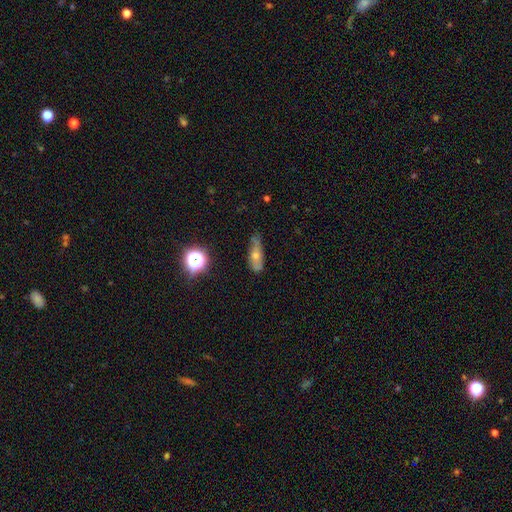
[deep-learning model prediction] A smooth galaxy with no disk features (43%).

Vote fractions:
- Smooth or featured? smooth: 43% / featured or disk: 41% / star or artifact: 16%
- Merging? none: 62% / minor disturbance: 28% / major disturbance: 8% / merger: 2%